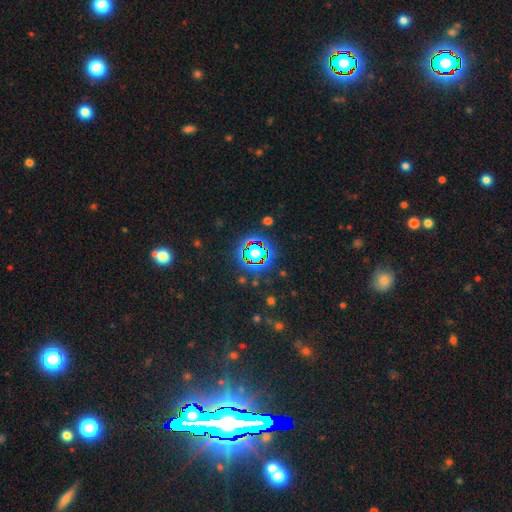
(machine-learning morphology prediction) Overall: star or artifact (68%).